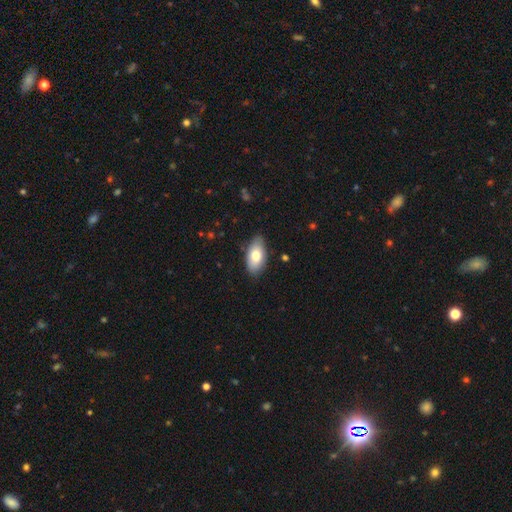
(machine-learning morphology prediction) Smooth or featured? Predicted: smooth (p=0.76). How rounded? Predicted: in between (p=0.93). Merging? Predicted: none (p=0.82).